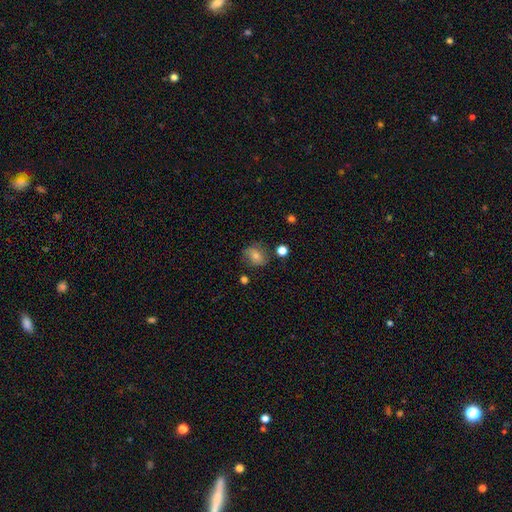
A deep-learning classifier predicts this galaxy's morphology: Smooth or featured? Predicted: smooth (p=0.58). How rounded? Predicted: round (p=0.61). Merging? Predicted: none (p=0.71).